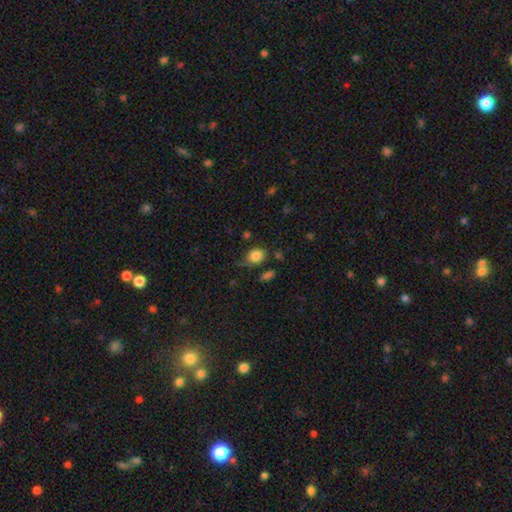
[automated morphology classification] smooth_or_featured: smooth (p=0.84) [alt: star or artifact p=0.09]
how_rounded: round (p=0.56) [alt: in between p=0.43]
merging: none (p=0.58) [alt: minor disturbance p=0.27]